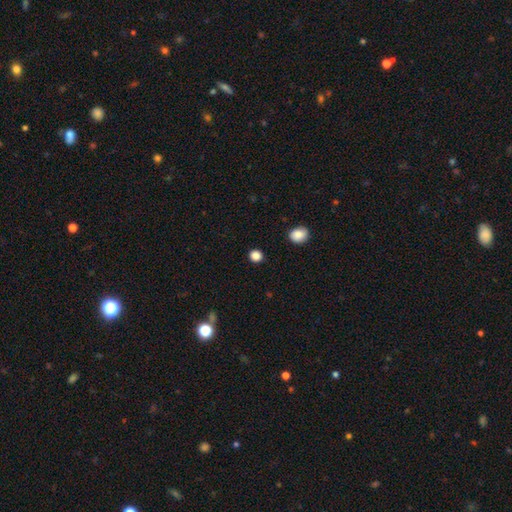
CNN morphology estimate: Overall: smooth (85%). How rounded: round (87%). Merging: none (90%).